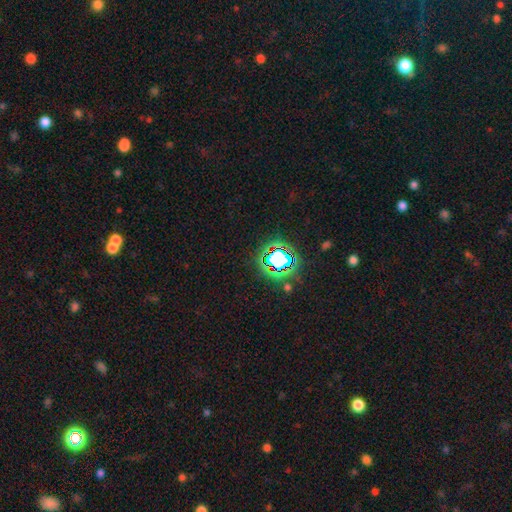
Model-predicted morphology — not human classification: Q: Smooth or featured?
A: star or artifact (80%); runner-up: smooth (12%)